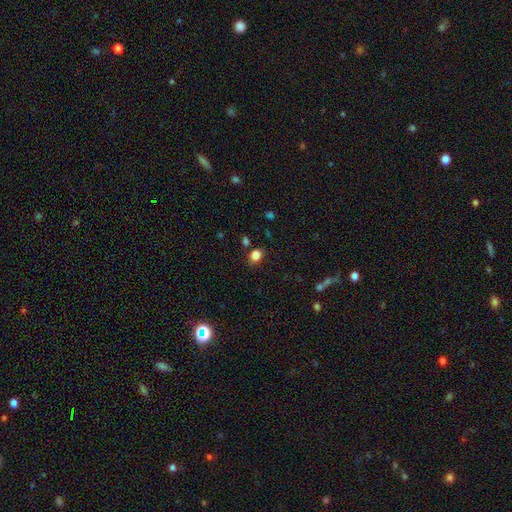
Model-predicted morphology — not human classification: Smooth or featured? smooth (82%)
How rounded? in between (51%)
Merging? none (76%)